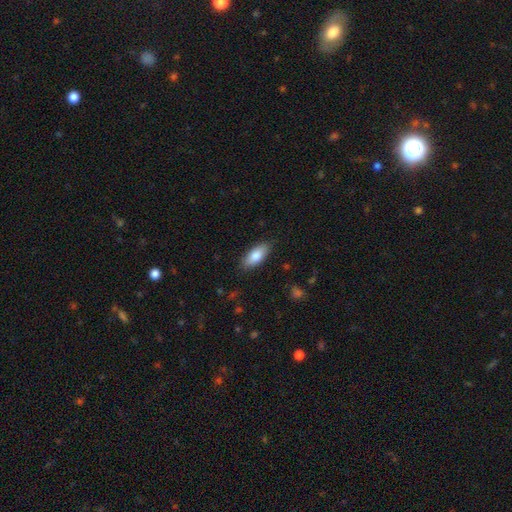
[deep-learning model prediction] This is clearly a smooth galaxy (84%). How rounded: clearly in between (85%). Merging: clearly none (85%).